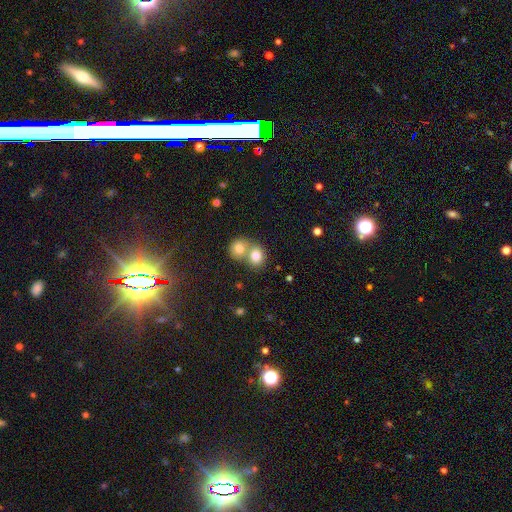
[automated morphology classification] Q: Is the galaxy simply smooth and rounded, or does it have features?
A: smooth — 80%.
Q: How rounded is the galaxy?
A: round — 72%.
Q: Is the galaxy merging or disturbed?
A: merger — 62%.